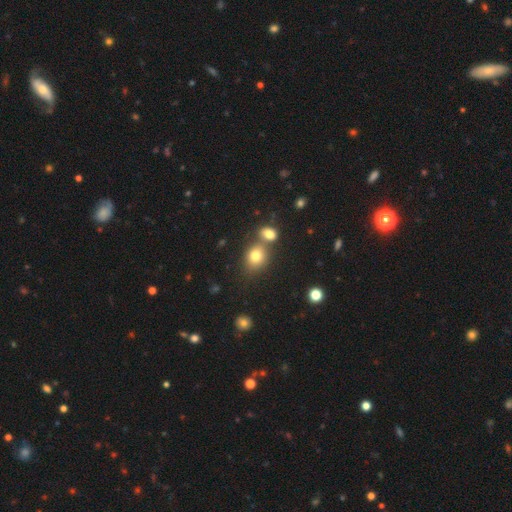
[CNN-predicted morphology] Smooth or featured? Predicted: smooth (p=0.78). How rounded? Predicted: round (p=0.58). Merging? Predicted: none (p=0.49).